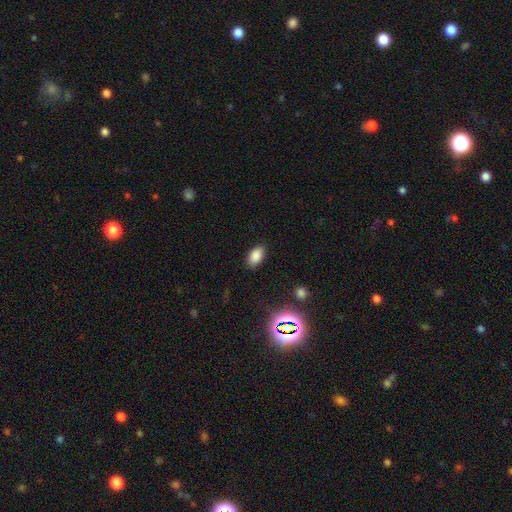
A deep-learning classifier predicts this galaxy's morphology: smooth_or_featured: smooth (p=0.85) [alt: star or artifact p=0.11]
how_rounded: in between (p=0.92) [alt: round p=0.06]
merging: none (p=0.87) [alt: minor disturbance p=0.10]